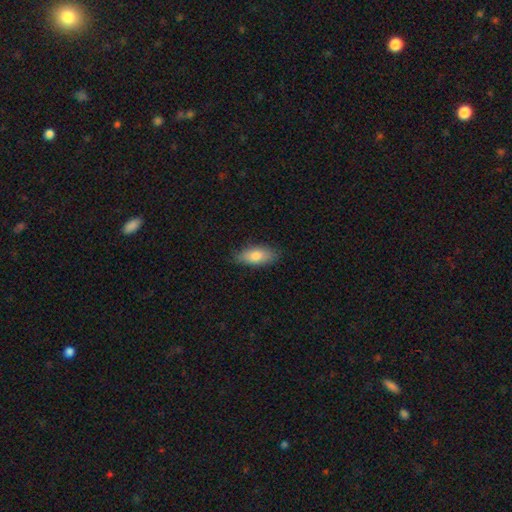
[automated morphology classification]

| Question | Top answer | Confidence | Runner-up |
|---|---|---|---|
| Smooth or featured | smooth | 79% | featured or disk (14%) |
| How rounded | in between | 82% | cigar-shaped (15%) |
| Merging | none | 80% | minor disturbance (16%) |